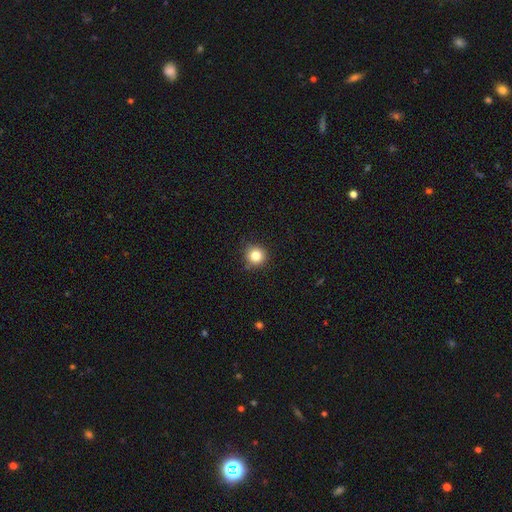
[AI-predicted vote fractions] This appears to be a smooth galaxy with no disk features (83%) that is round (94%). Merging: none (87%).